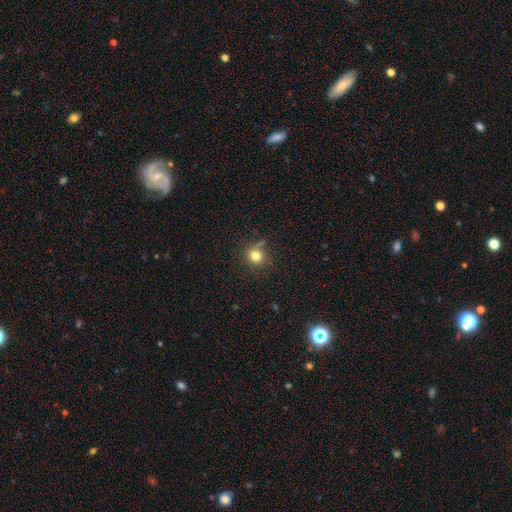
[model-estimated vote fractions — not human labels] A smooth galaxy with no disk features (79%) that is round (82%).

Vote fractions:
- Smooth or featured? smooth: 79% / star or artifact: 14% / featured or disk: 8%
- How rounded? round: 82% / in between: 17% / cigar-shaped: 1%
- Merging? none: 69% / minor disturbance: 18% / major disturbance: 7% / merger: 5%